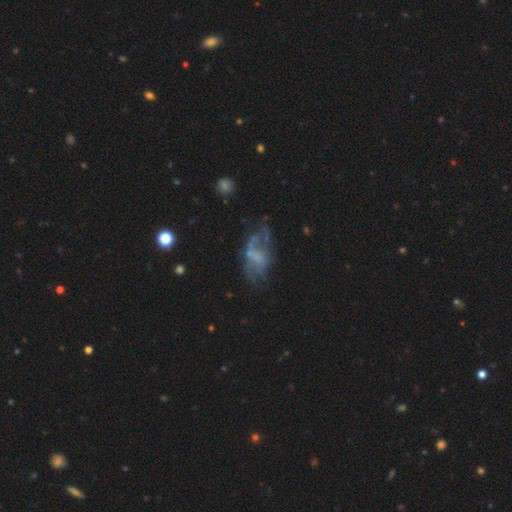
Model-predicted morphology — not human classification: Smooth or featured: featured or disk — 53% (smooth — 33%)
Edge-on disk: no — 95% (yes — 5%)
Bar: no — 66% (weak — 25%)
Spiral arms: no — 66% (yes — 34%)
Bulge size: none — 65% (small — 16%)
Merging: none — 35% (tied with major disturbance — 35%)